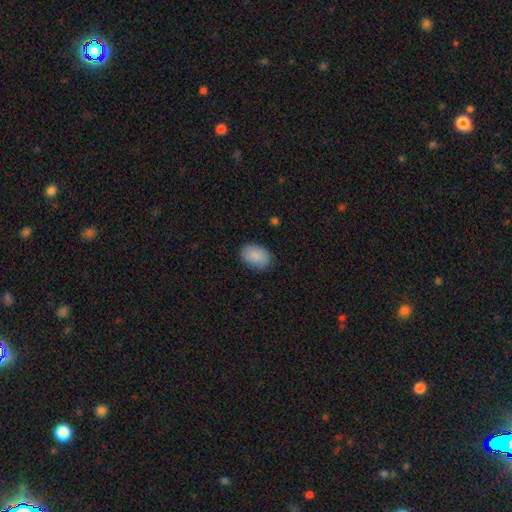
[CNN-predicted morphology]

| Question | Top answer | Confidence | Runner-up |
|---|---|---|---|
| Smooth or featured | smooth | 88% | star or artifact (7%) |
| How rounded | in between | 79% | round (20%) |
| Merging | none | 83% | minor disturbance (13%) |